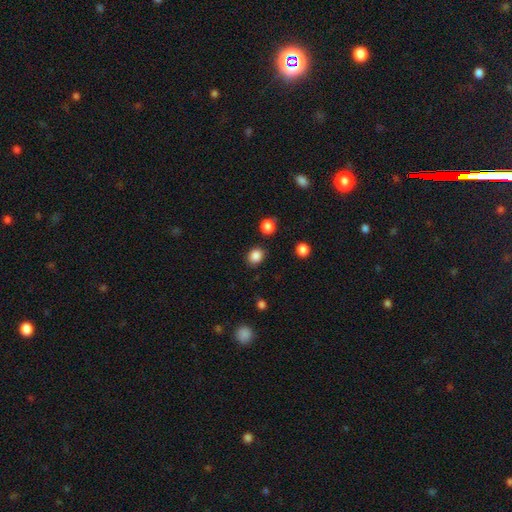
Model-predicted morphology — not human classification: Overall: smooth (86%). How rounded: round (62%; in between 37%). Merging: none (85%).